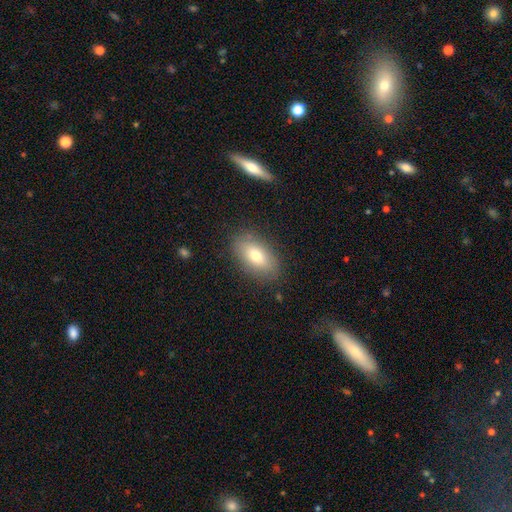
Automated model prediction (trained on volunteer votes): This is likely a smooth galaxy (76%). How rounded: clearly in between (91%). Merging: clearly none (84%).